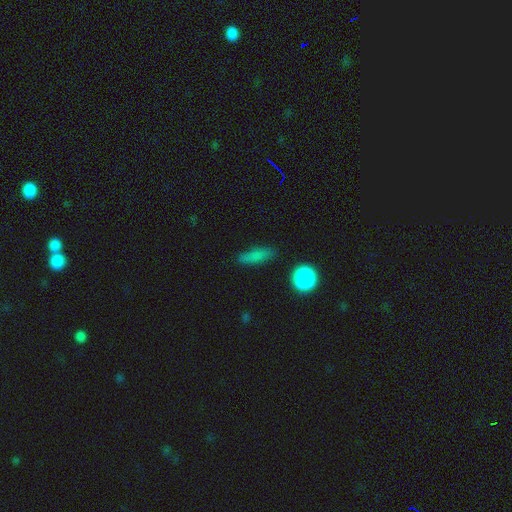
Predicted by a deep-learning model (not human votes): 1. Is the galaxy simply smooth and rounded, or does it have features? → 77% smooth, 13% star or artifact, 10% featured or disk.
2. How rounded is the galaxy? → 53% cigar-shaped, 39% in between, 7% round.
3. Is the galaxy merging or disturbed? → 80% none, 14% minor disturbance, 4% major disturbance, 2% merger.